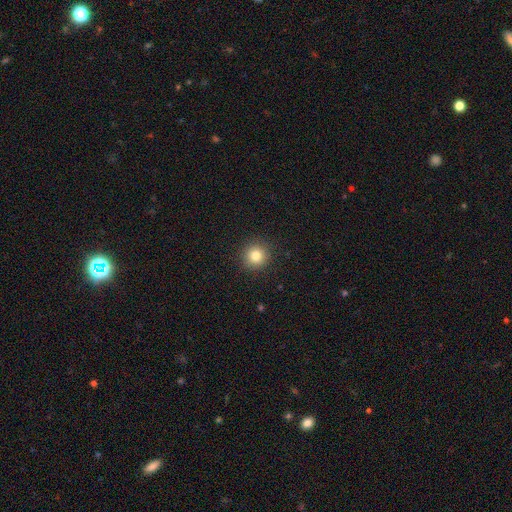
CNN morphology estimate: A smooth galaxy with no disk features (81%) that is round (93%). Merging: none (92%).